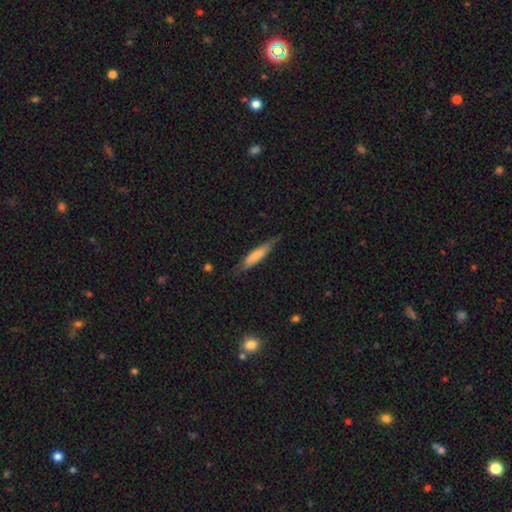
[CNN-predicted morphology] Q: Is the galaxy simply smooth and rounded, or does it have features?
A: smooth — 67%.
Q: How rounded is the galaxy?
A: cigar-shaped — 81%.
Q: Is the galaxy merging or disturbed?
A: none — 69%.